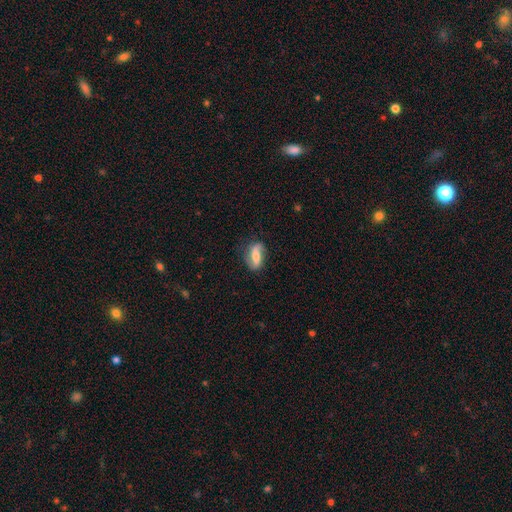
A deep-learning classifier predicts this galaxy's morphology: Overall: featured or disk (64%; smooth 29%). Edge-on disk: no (91%). Bar: strong (43%; weak 33%). Spiral arms: yes (89%). Spiral arm count: 2 (86%). Spiral winding: loose (66%). Bulge size: moderate (44%; small 28%). Merging: none (73%).